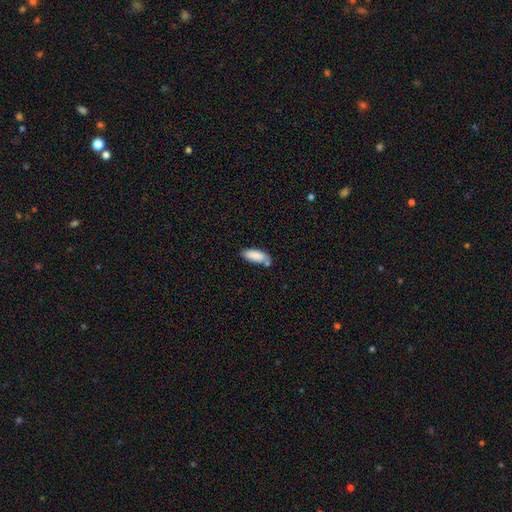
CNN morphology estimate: smooth_or_featured: smooth (p=0.87) [alt: star or artifact p=0.07]
how_rounded: in between (p=0.77) [alt: cigar-shaped p=0.21]
merging: none (p=0.61) [alt: minor disturbance p=0.20]